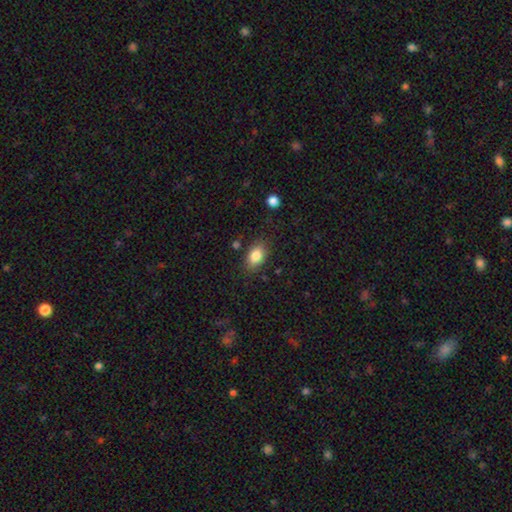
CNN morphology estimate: The model was most divided on "merging": none: 81%, minor disturbance: 13%, major disturbance: 3%, merger: 2%. More confident: how rounded — in between (85%); smooth or featured — smooth (83%).